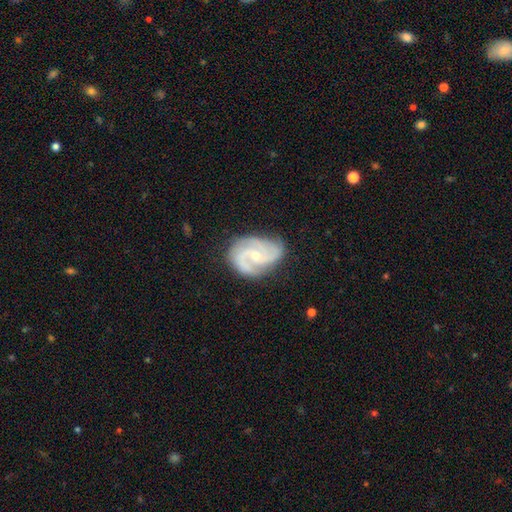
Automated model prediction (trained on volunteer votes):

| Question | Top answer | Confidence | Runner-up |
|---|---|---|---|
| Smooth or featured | featured or disk | 88% | smooth (7%) |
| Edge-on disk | no | 98% | yes (2%) |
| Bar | no | 57% | weak (34%) |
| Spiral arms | yes | 98% | no (2%) |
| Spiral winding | medium | 49% | tight (38%) |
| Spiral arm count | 3 | 51% | 2 (30%) |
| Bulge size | small | 58% | moderate (39%) |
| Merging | none | 71% | minor disturbance (21%) |